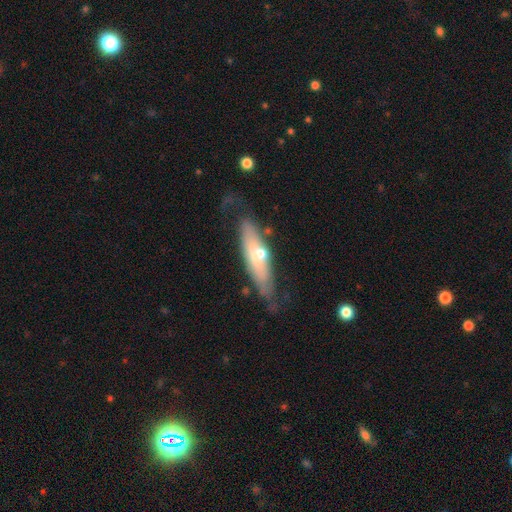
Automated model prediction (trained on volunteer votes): Q: Smooth or featured?
A: featured or disk (52%); runner-up: smooth (41%)
Q: Edge-on disk?
A: yes (57%); runner-up: no (43%)
Q: Merging?
A: none (59%); runner-up: minor disturbance (24%)